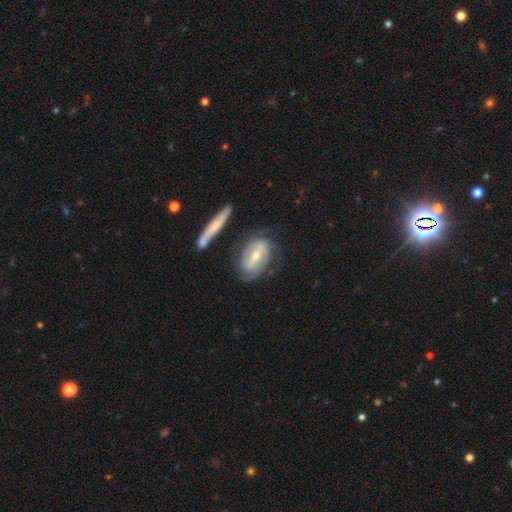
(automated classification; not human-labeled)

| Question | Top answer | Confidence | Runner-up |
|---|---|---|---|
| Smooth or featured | featured or disk | 75% | smooth (20%) |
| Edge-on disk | no | 92% | yes (8%) |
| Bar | weak | 39% | strong (35%) |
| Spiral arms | yes | 88% | no (12%) |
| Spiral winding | tight | 48% | medium (36%) |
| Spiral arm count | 2 | 55% | can't tell (23%) |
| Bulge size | moderate | 53% | small (43%) |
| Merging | none | 62% | minor disturbance (21%) |